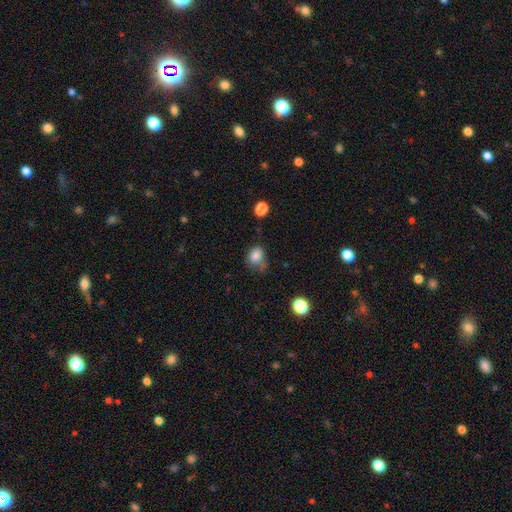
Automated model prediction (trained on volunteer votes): This is clearly a smooth galaxy (82%). How rounded: possibly in between (55%). Merging: possibly none (47%).